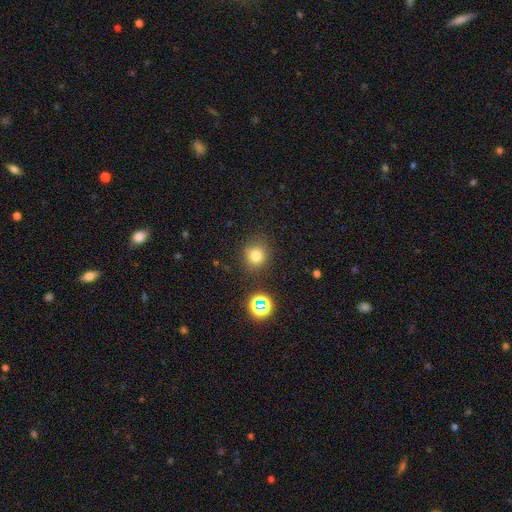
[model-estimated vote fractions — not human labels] smooth 76%, star or artifact 18%, featured or disk 7%. Down the decision tree: how rounded — round (86%); merging — none (83%).